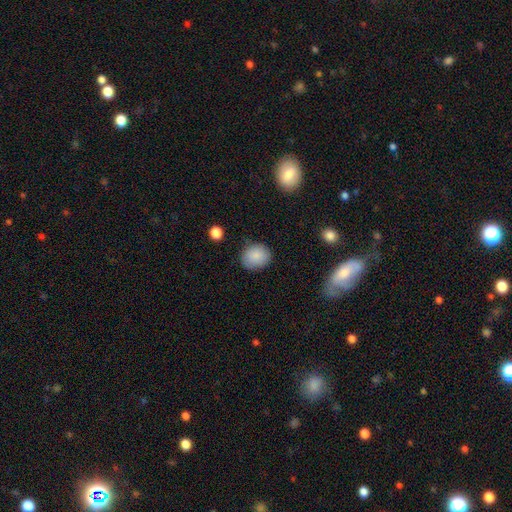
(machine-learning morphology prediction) A smooth galaxy with no disk features (86%) that is round (73%). Merging: none (82%).